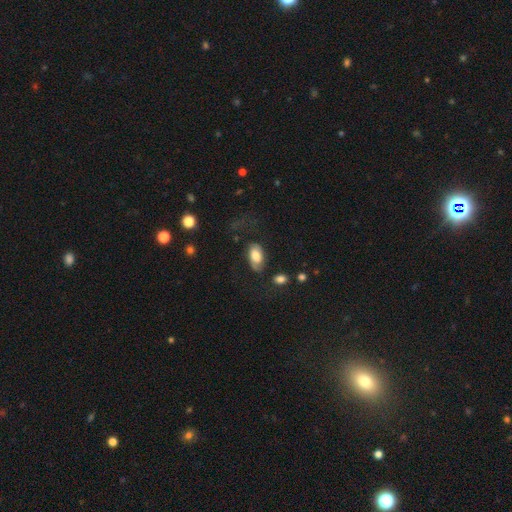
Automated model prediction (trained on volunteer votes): This is likely a smooth galaxy (65%). How rounded: clearly in between (93%). Merging: possibly none (56%).